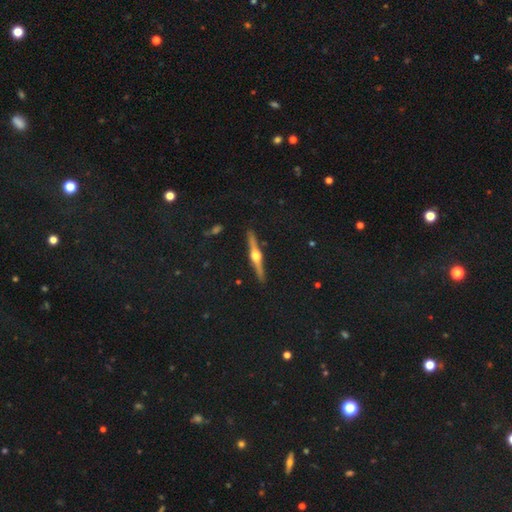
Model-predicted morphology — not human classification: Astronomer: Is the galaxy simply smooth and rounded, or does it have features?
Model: featured or disk — 81%.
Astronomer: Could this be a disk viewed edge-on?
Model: yes — 98%.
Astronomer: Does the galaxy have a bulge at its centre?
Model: rounded — 96%.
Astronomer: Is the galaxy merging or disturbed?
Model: none — 91%.